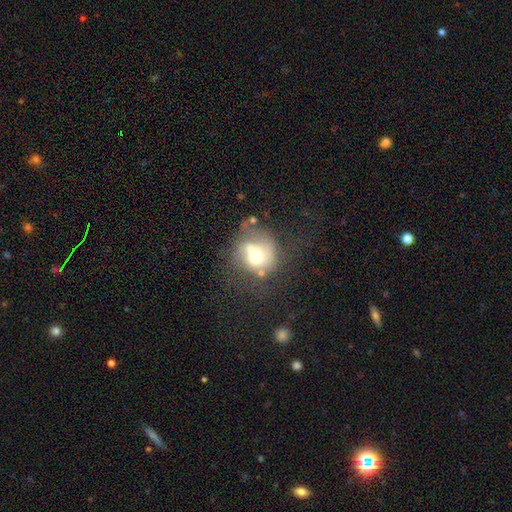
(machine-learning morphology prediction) This is possibly a smooth galaxy (52%). How rounded: likely round (78%). Merging: marginally merger (36%).